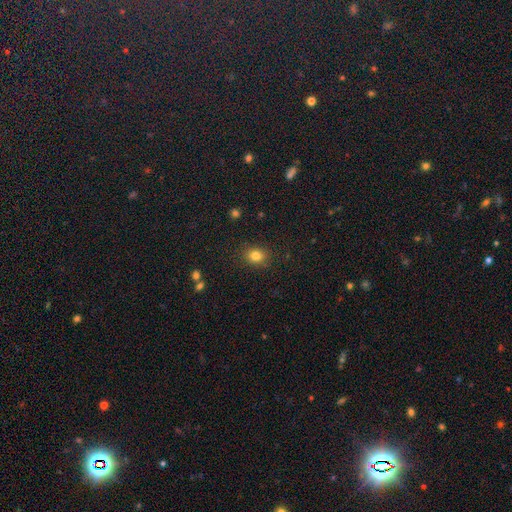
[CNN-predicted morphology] Smooth or featured?
  - smooth: 83% *
  - star or artifact: 12%
  - featured or disk: 6%
How rounded?
  - round: 57% *
  - in between: 42%
  - cigar-shaped: 1%
Merging?
  - none: 87% *
  - minor disturbance: 9%
  - major disturbance: 3%
  - merger: 1%